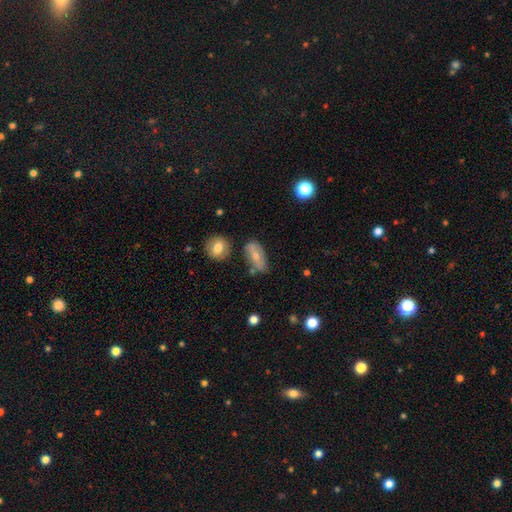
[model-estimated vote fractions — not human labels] This appears to be a smooth galaxy with no disk features (57%) that is in between round and cigar-shaped (80%). Merging: none (59%).